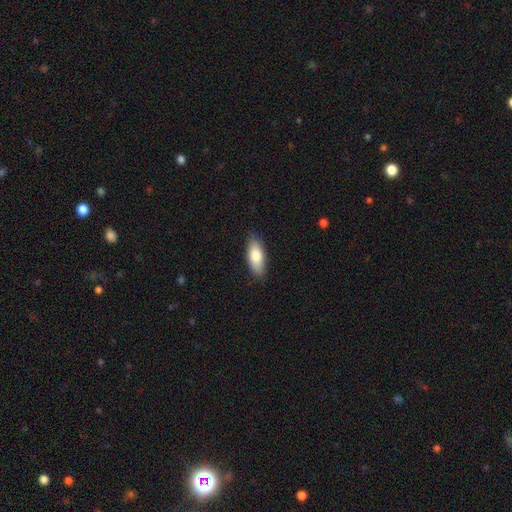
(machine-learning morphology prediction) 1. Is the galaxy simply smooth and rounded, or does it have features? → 79% smooth, 15% featured or disk, 6% star or artifact.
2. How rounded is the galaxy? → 79% in between, 19% cigar-shaped, 2% round.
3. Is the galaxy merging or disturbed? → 87% none, 10% minor disturbance, 2% major disturbance, 1% merger.